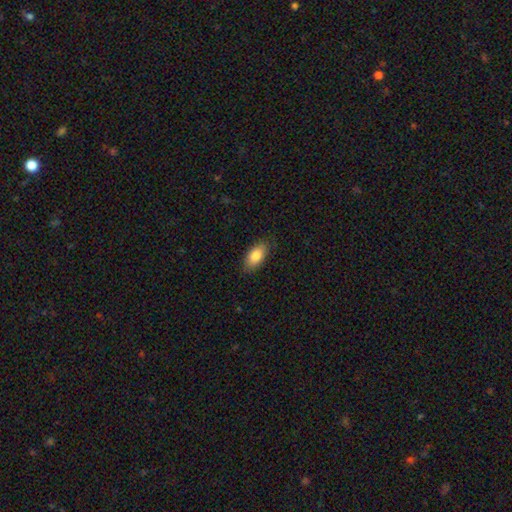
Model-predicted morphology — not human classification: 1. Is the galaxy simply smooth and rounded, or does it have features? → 83% smooth, 10% featured or disk, 7% star or artifact.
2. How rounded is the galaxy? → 90% in between, 7% cigar-shaped, 3% round.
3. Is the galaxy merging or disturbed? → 85% none, 12% minor disturbance, 2% major disturbance, 1% merger.